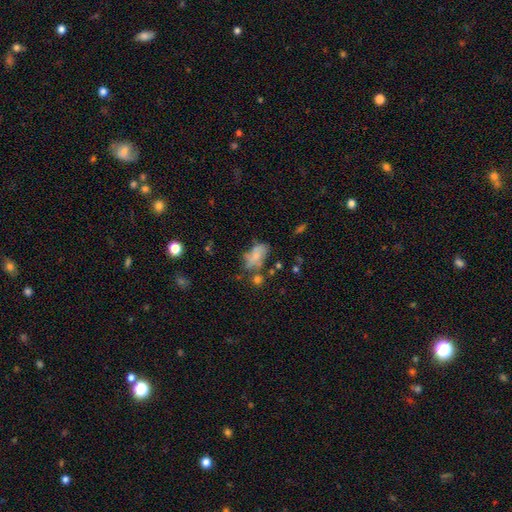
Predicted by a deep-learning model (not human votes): Q: Smooth or featured?
A: smooth (63%); runner-up: featured or disk (25%)
Q: How rounded?
A: in between (89%); runner-up: round (8%)
Q: Merging?
A: none (38%); runner-up: minor disturbance (27%)